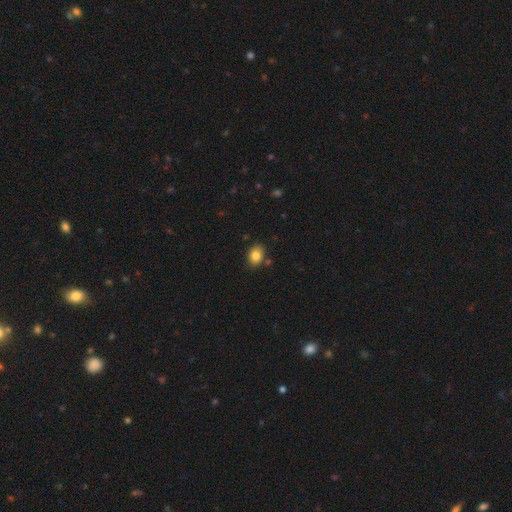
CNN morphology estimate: type=smooth (83%); roundness=in between (60%); merging=none (82%).